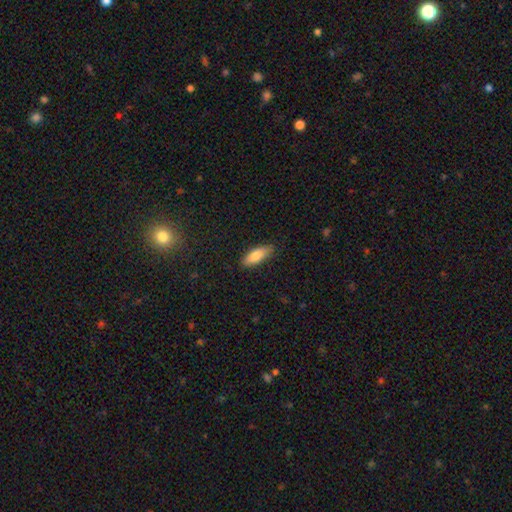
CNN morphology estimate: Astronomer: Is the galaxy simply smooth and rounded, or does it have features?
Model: smooth — 81%.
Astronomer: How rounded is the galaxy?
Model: in between — 69%.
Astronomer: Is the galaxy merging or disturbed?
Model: none — 84%.